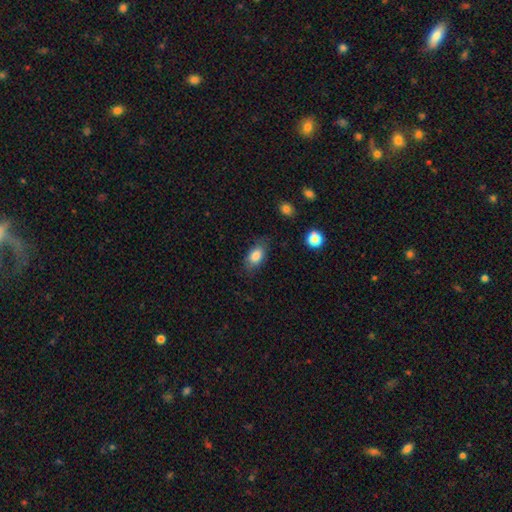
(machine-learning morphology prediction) smooth_or_featured: smooth (p=0.83) [alt: featured or disk p=0.09]
how_rounded: in between (p=0.89) [alt: round p=0.08]
merging: none (p=0.76) [alt: minor disturbance p=0.17]